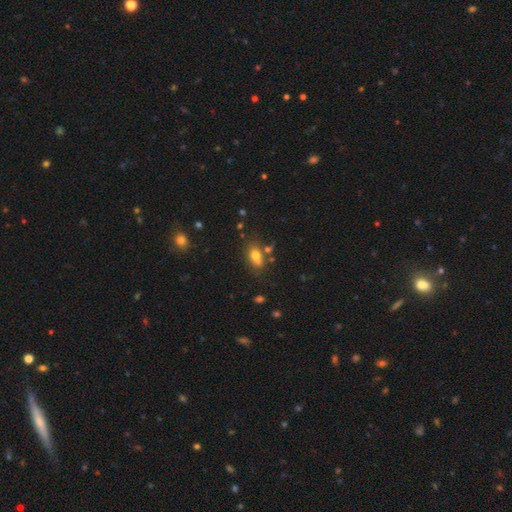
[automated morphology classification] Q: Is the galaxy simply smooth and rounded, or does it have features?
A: smooth — 72%.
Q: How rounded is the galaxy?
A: in between — 73%.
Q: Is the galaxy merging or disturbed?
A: none — 50%.